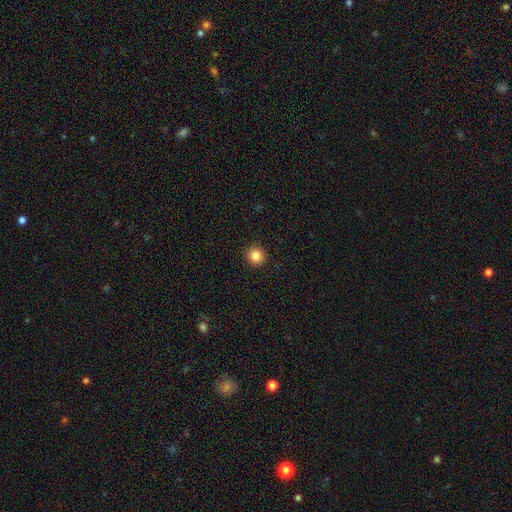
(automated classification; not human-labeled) This is clearly a smooth galaxy (84%). How rounded: clearly round (93%). Merging: clearly none (93%).